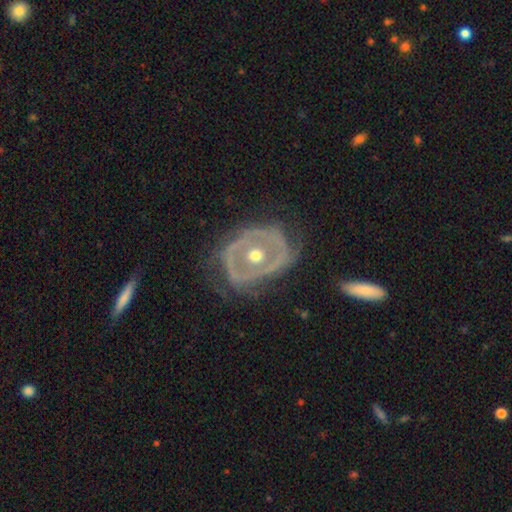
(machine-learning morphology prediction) A featured or disk galaxy (79%) with no bar (78%), no spiral arms (57%) and a moderate central bulge (74%).

Vote fractions:
- Smooth or featured? featured or disk: 79% / smooth: 15% / star or artifact: 6%
- Edge-on disk? no: 95% / yes: 5%
- Bar? no: 78% / weak: 14% / strong: 8%
- Spiral arms? no: 57% / yes: 43%
- Bulge size? moderate: 74% / small: 21% / large: 3% / dominant: 1% / none: 1%
- Merging? none: 57% / minor disturbance: 24% / major disturbance: 17% / merger: 2%